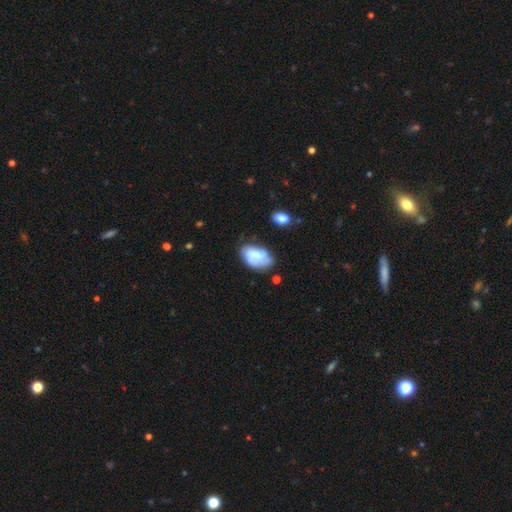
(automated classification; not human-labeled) Morphology: type=smooth (56%); roundness=in between (91%); merging=none (52%).